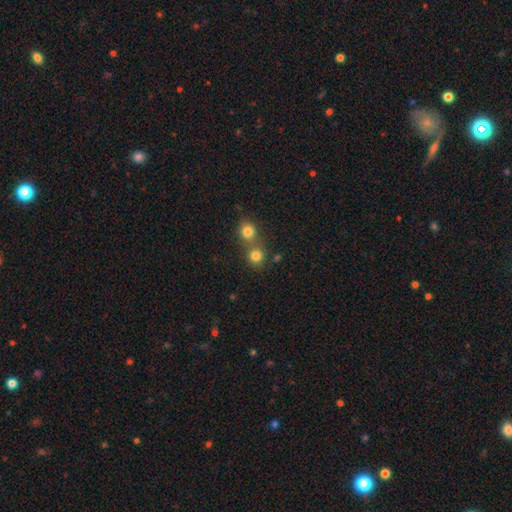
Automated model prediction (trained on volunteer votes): This is likely a smooth galaxy (79%). How rounded: clearly round (88%). Merging: possibly none (53%).